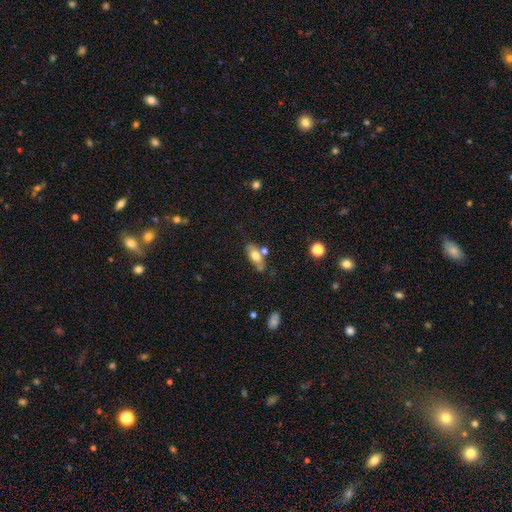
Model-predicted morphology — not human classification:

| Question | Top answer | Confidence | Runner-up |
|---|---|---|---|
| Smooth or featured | smooth | 64% | featured or disk (28%) |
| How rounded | in between | 76% | cigar-shaped (20%) |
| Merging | none | 57% | minor disturbance (19%) |